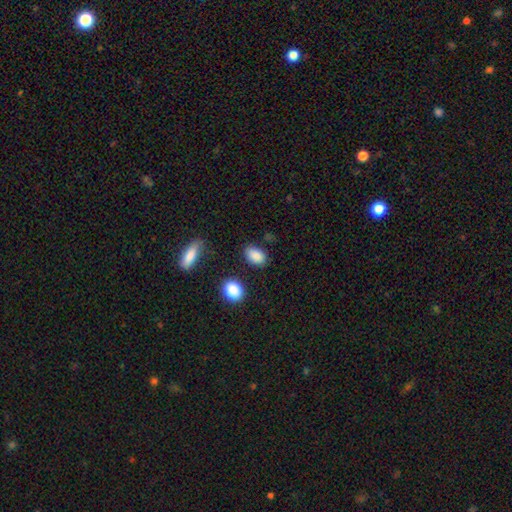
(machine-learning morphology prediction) Overall: smooth (88%). How rounded: in between (87%). Merging: none (78%).